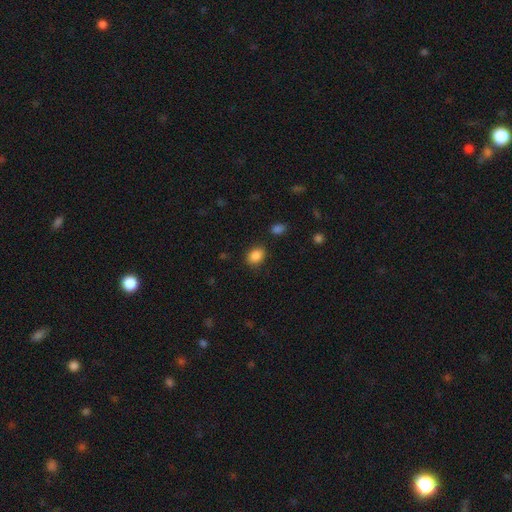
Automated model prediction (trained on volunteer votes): Overall: smooth (87%). How rounded: in between (68%; round 31%). Merging: none (83%).